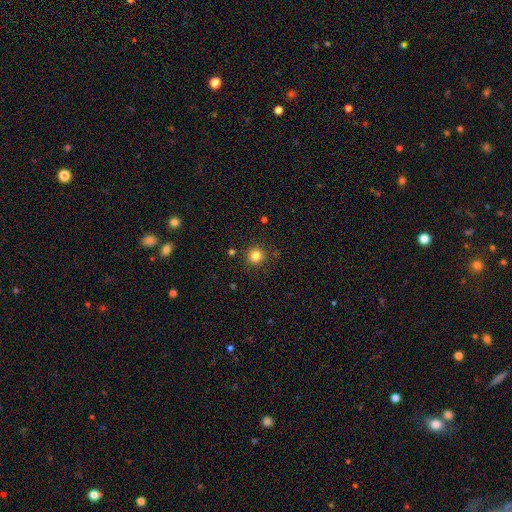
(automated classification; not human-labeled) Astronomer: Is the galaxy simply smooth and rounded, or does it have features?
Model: smooth — 82%.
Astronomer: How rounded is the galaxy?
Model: round — 95%.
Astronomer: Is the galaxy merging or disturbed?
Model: none — 89%.